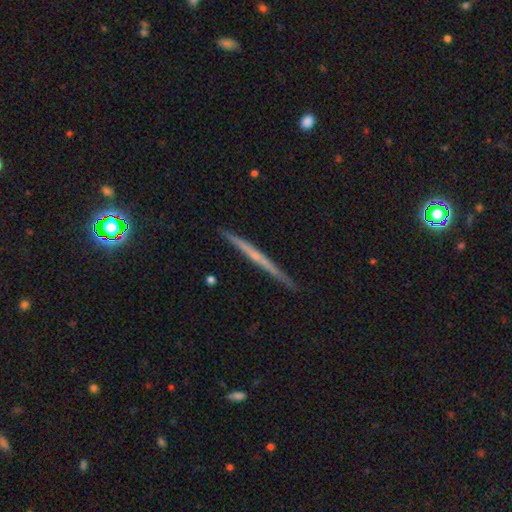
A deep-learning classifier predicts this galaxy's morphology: A featured or disk galaxy (63%) viewed edge-on (98%) with no central bulge (80%). Merging: none (91%).